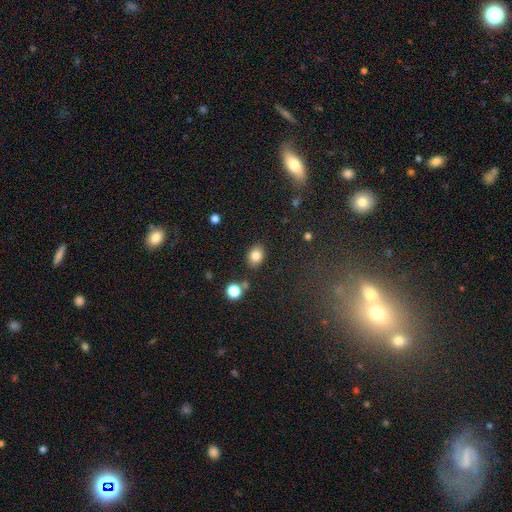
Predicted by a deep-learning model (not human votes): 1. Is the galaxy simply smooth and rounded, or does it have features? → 83% smooth, 10% star or artifact, 7% featured or disk.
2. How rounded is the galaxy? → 61% in between, 38% round, 1% cigar-shaped.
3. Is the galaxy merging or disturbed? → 80% none, 12% minor disturbance, 5% merger, 3% major disturbance.